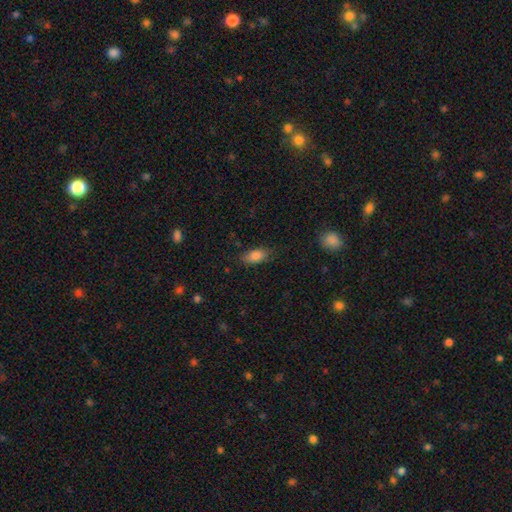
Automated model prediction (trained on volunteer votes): Smooth or featured? Predicted: smooth (p=0.83). How rounded? Predicted: in between (p=0.86). Merging? Predicted: none (p=0.80).